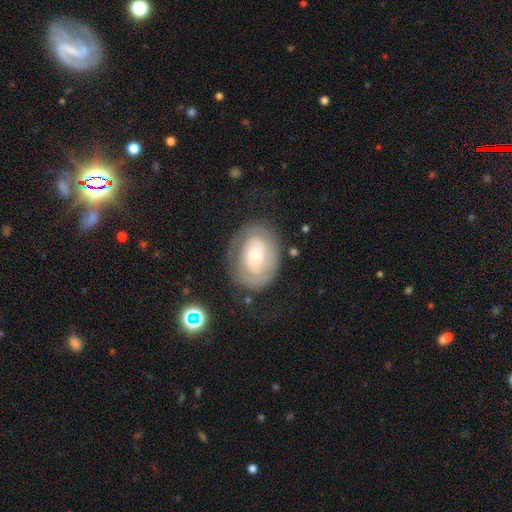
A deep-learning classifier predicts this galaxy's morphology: A featured or disk galaxy (67%) with no bar (79%), spiral arms (70%) and a small central bulge (65%). Merging: none (69%).